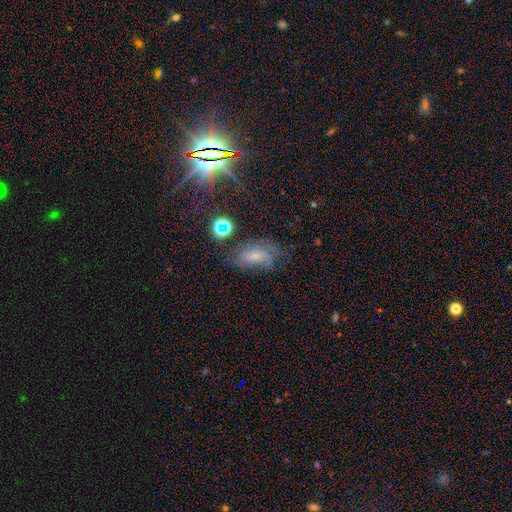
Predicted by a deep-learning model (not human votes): Overall: featured or disk (52%; smooth 28%). Edge-on disk: no (93%). Merging: none (57%; minor disturbance 24%).